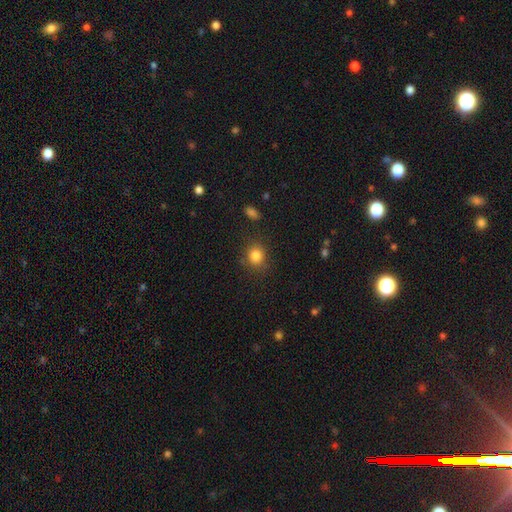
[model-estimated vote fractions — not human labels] Overall: smooth (85%). How rounded: round (76%). Merging: none (82%).